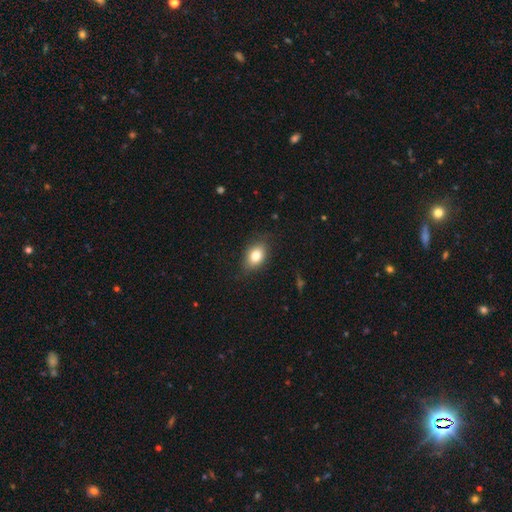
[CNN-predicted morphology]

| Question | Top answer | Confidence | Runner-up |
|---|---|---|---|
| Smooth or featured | smooth | 80% | featured or disk (11%) |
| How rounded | in between | 80% | round (19%) |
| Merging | none | 81% | minor disturbance (15%) |